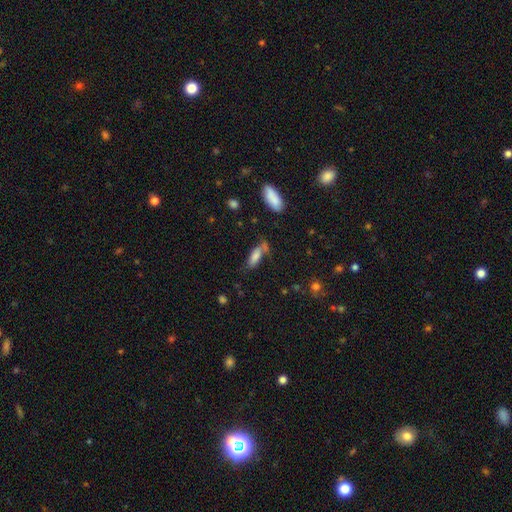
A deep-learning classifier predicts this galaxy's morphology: The model was most divided on "how rounded": in between: 53%, cigar-shaped: 45%, round: 3%. More confident: smooth or featured — smooth (72%); merging — none (52%).